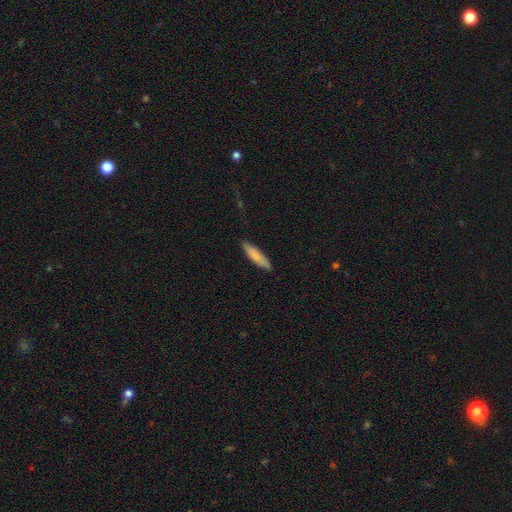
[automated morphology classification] Q: Smooth or featured?
A: smooth (79%); runner-up: featured or disk (15%)
Q: How rounded?
A: cigar-shaped (74%); runner-up: in between (24%)
Q: Merging?
A: none (84%); runner-up: minor disturbance (13%)